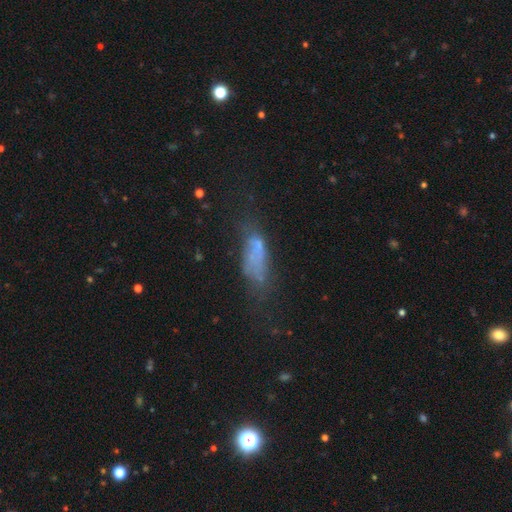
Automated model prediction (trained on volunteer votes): A smooth galaxy with no disk features (49%).

Vote fractions:
- Smooth or featured? smooth: 49% / featured or disk: 33% / star or artifact: 18%
- Merging? none: 35% / major disturbance: 31% / minor disturbance: 24% / merger: 10%